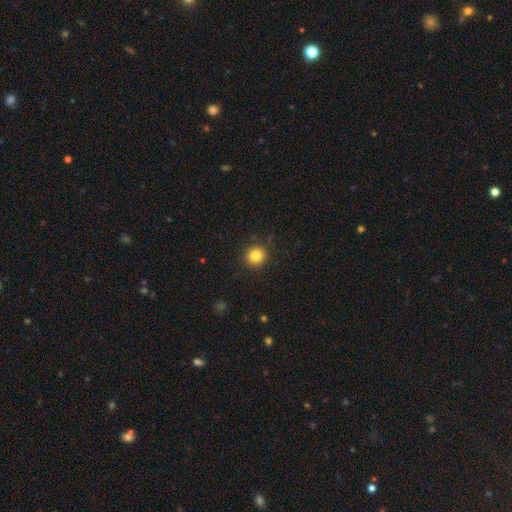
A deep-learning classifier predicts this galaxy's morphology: Smooth or featured? smooth (84%)
How rounded? round (91%)
Merging? none (91%)